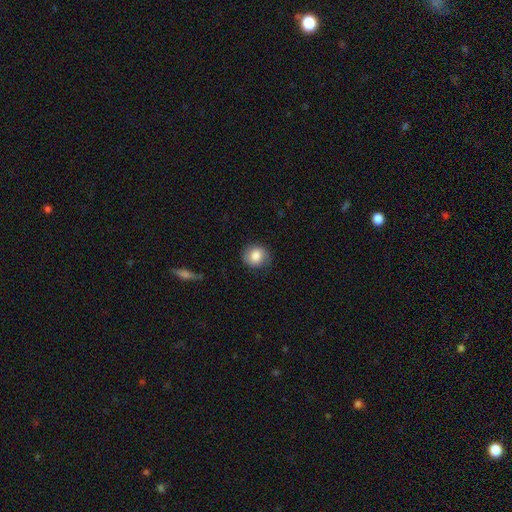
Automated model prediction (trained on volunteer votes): smooth-or-featured: smooth: 81% | featured or disk: 11% | star or artifact: 8%
  how-rounded: round: 81% | in between: 18% | cigar-shaped: 1%
  merging: none: 80% | minor disturbance: 15% | major disturbance: 4% | merger: 1%